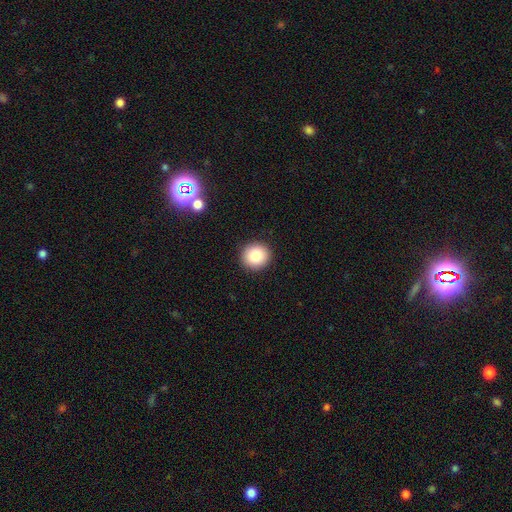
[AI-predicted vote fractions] smooth-or-featured: smooth: 83% | star or artifact: 10% | featured or disk: 7%
  how-rounded: round: 90% | in between: 9% | cigar-shaped: 1%
  merging: none: 92% | minor disturbance: 5% | major disturbance: 2% | merger: 1%